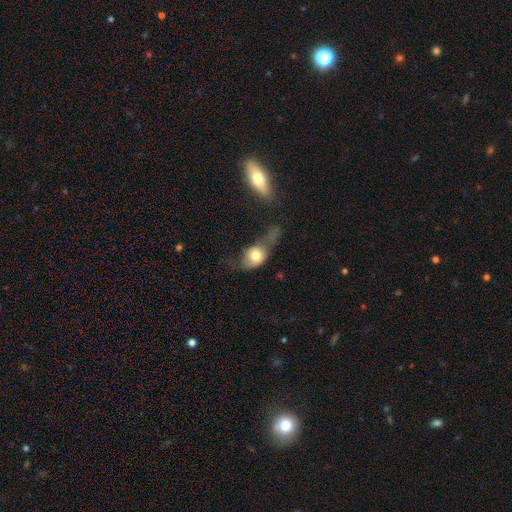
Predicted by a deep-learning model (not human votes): smooth_or_featured: smooth (p=0.68) [alt: featured or disk p=0.23]
how_rounded: in between (p=0.60) [alt: round p=0.36]
merging: major disturbance (p=0.37) [alt: none p=0.24]